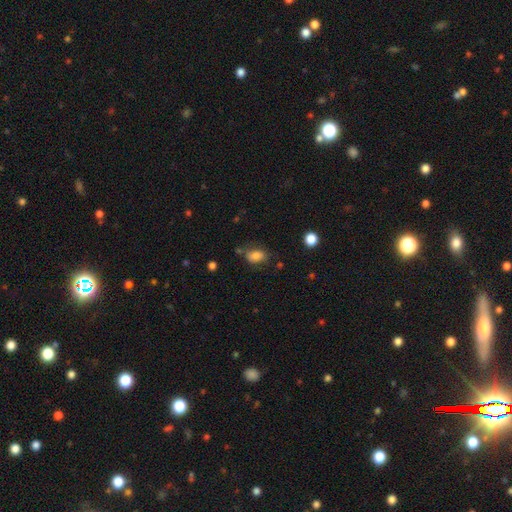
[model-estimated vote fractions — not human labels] This appears to be a smooth galaxy with no disk features (83%) that is in between round and cigar-shaped (83%). Merging: none (68%).